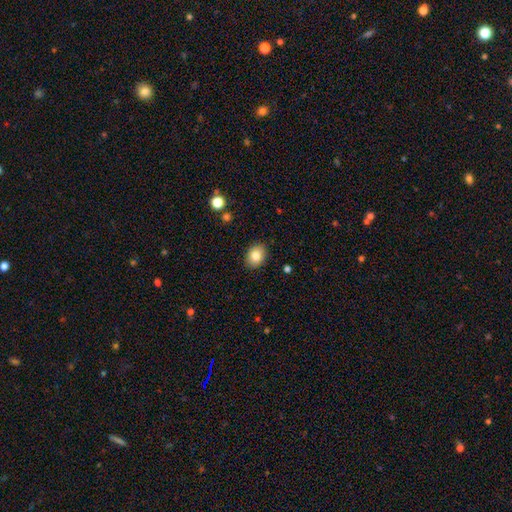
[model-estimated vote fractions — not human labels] smooth-or-featured: smooth: 83% | featured or disk: 9% | star or artifact: 8%
  how-rounded: in between: 68% | round: 31% | cigar-shaped: 1%
  merging: none: 88% | minor disturbance: 8% | major disturbance: 2% | merger: 1%